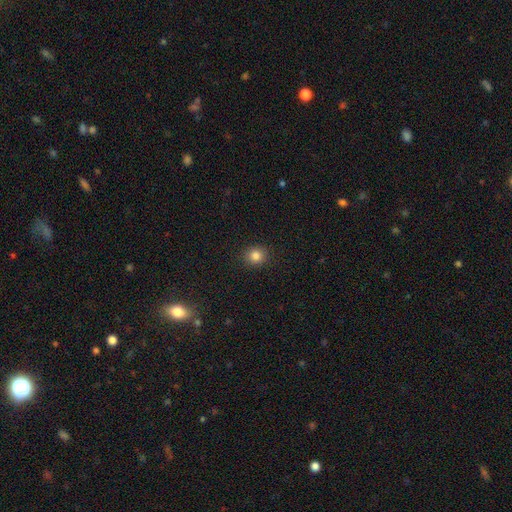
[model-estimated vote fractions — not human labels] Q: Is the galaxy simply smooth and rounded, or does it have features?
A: smooth — 83%.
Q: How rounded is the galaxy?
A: round — 81%.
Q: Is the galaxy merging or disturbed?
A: none — 91%.